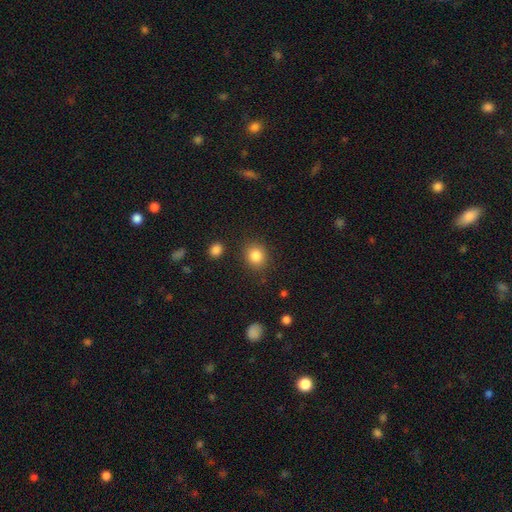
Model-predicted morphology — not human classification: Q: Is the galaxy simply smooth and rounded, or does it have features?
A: smooth — 84%.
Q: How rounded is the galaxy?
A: round — 78%.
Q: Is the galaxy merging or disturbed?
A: none — 87%.